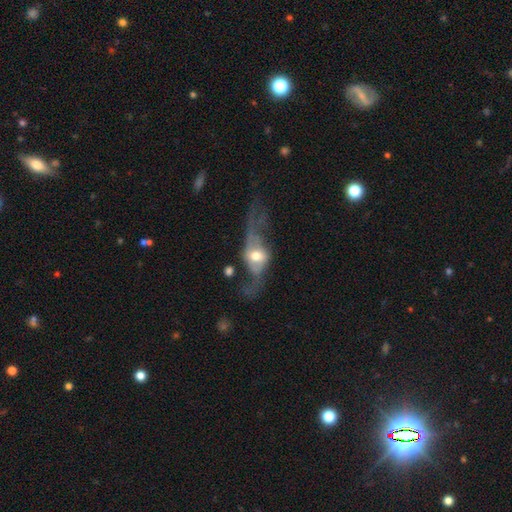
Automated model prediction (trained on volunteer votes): Overall: featured or disk (65%; smooth 29%). Edge-on disk: no (73%). Merging: major disturbance (49%; none 28%).